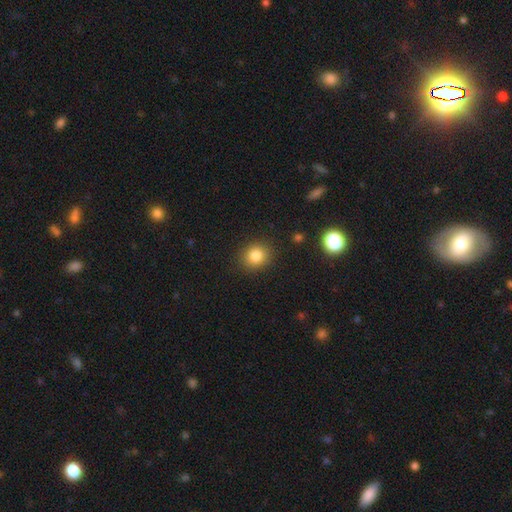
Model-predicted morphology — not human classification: smooth-or-featured: smooth: 83% | star or artifact: 11% | featured or disk: 6%
  how-rounded: round: 77% | in between: 22% | cigar-shaped: 1%
  merging: none: 88% | minor disturbance: 8% | major disturbance: 3% | merger: 1%